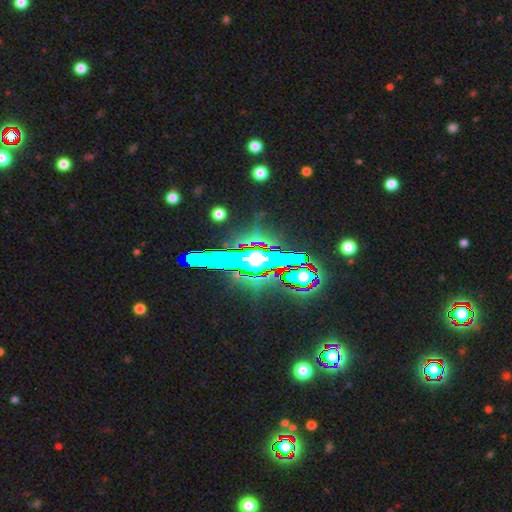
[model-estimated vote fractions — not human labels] Smooth or featured? star or artifact (61%)